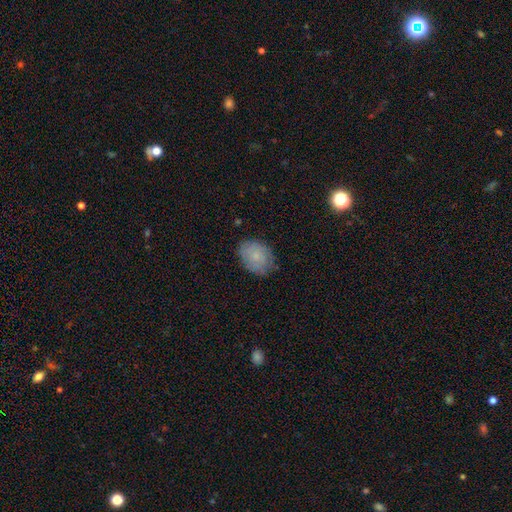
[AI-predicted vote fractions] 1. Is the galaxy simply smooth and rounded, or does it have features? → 69% smooth, 23% featured or disk, 8% star or artifact.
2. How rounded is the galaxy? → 67% in between, 32% round, 1% cigar-shaped.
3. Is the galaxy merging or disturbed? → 77% none, 18% minor disturbance, 4% major disturbance, 1% merger.